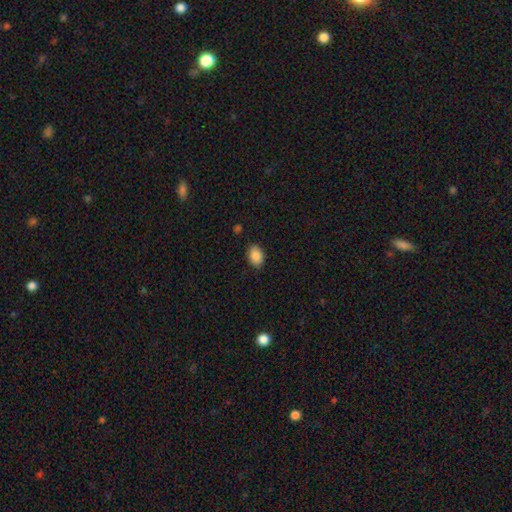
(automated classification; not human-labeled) A smooth galaxy with no disk features (87%) that is in between round and cigar-shaped (81%). Merging: none (84%).